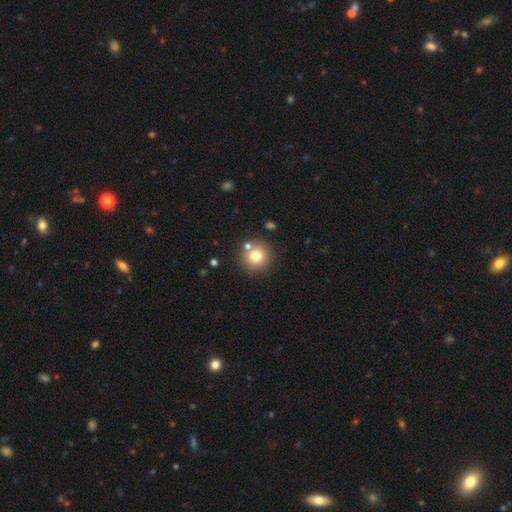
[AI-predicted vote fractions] The model was most divided on "smooth or featured": smooth: 74%, star or artifact: 13%, featured or disk: 13%. More confident: how rounded — round (93%); merging — none (77%).